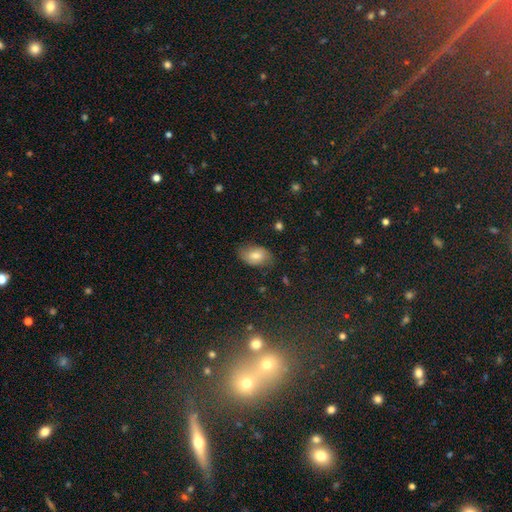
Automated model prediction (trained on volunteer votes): The model was most divided on "smooth or featured": smooth: 66%, featured or disk: 23%, star or artifact: 10%. More confident: how rounded — in between (87%); merging — none (73%).